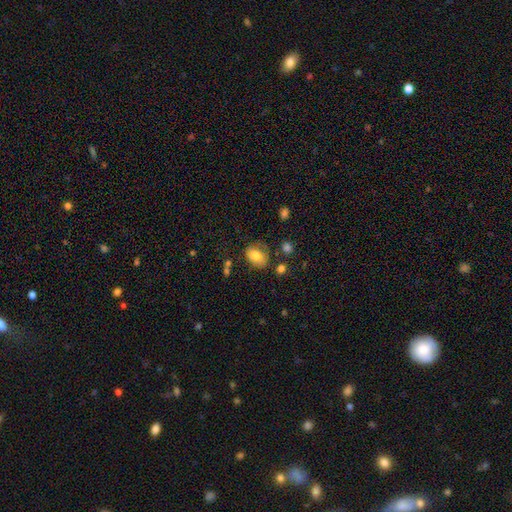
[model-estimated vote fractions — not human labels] Smooth or featured? Predicted: smooth (p=0.78). How rounded? Predicted: in between (p=0.75). Merging? Predicted: none (p=0.61).